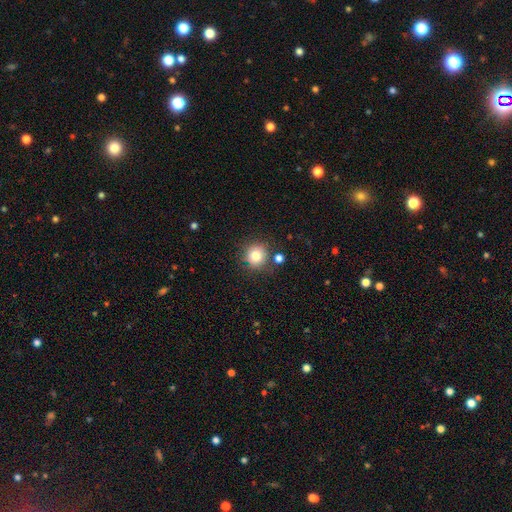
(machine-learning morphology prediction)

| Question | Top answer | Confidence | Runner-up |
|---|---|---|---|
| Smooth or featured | smooth | 79% | star or artifact (12%) |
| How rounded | round | 92% | in between (7%) |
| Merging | none | 80% | minor disturbance (10%) |